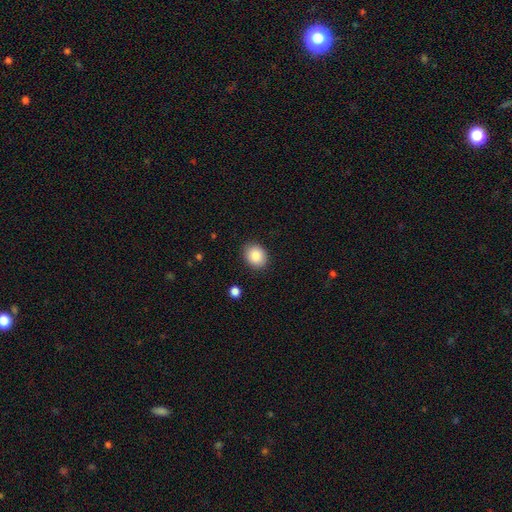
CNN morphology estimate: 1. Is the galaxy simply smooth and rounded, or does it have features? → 87% smooth, 8% star or artifact, 5% featured or disk.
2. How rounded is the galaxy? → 56% round, 43% in between, 1% cigar-shaped.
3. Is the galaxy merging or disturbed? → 87% none, 9% minor disturbance, 2% major disturbance, 1% merger.